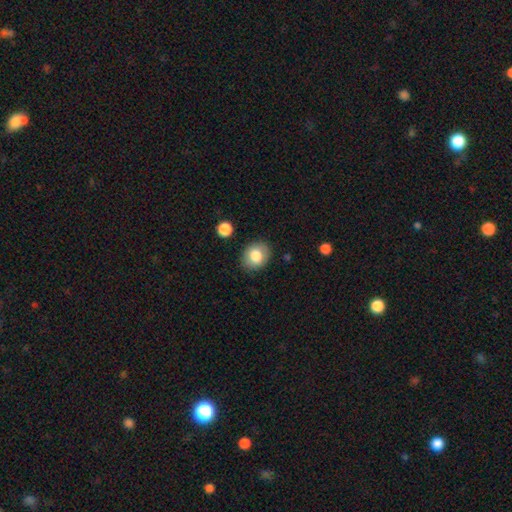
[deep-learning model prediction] smooth-or-featured: smooth: 81% | featured or disk: 10% | star or artifact: 8%
  how-rounded: round: 56% | in between: 43% | cigar-shaped: 1%
  merging: none: 84% | minor disturbance: 11% | major disturbance: 3% | merger: 2%